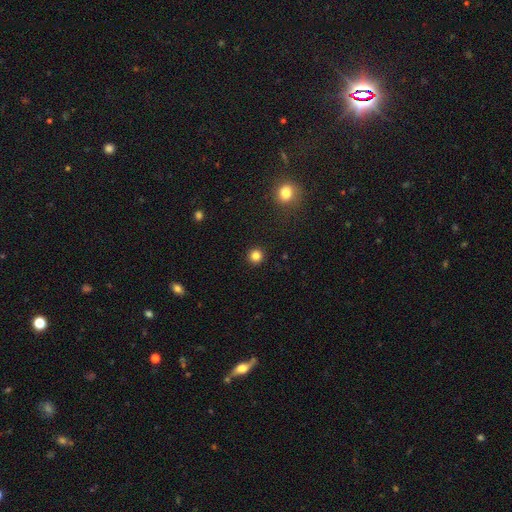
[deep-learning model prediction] Morphology: type=smooth (83%); roundness=round (95%); merging=none (93%).